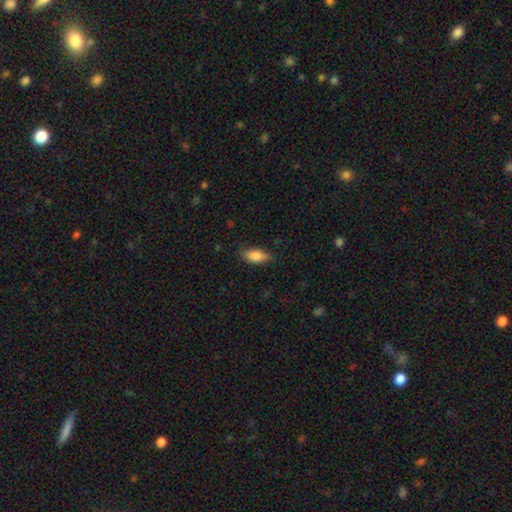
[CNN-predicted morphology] Smooth or featured? Predicted: smooth (p=0.85). How rounded? Predicted: in between (p=0.82). Merging? Predicted: none (p=0.83).